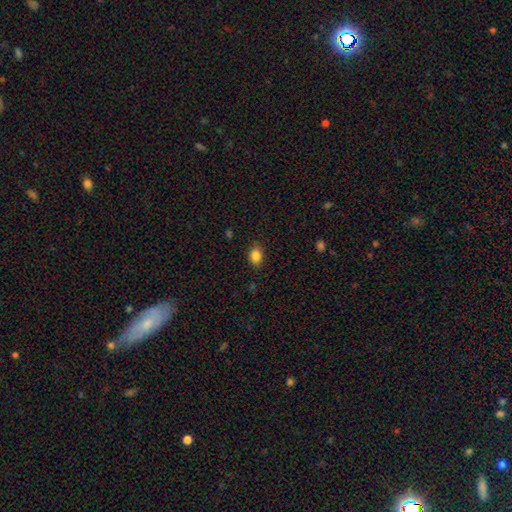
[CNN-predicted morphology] This is clearly a smooth galaxy (85%). How rounded: likely in between (66%). Merging: clearly none (85%).